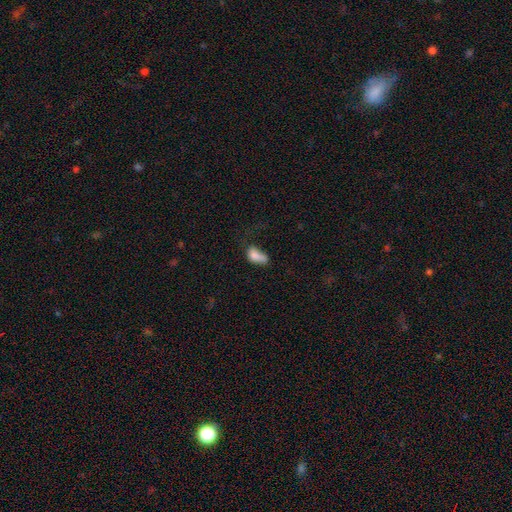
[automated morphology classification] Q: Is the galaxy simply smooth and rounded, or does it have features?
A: smooth — 76%.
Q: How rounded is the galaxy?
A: in between — 88%.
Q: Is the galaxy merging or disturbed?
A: major disturbance — 36%.